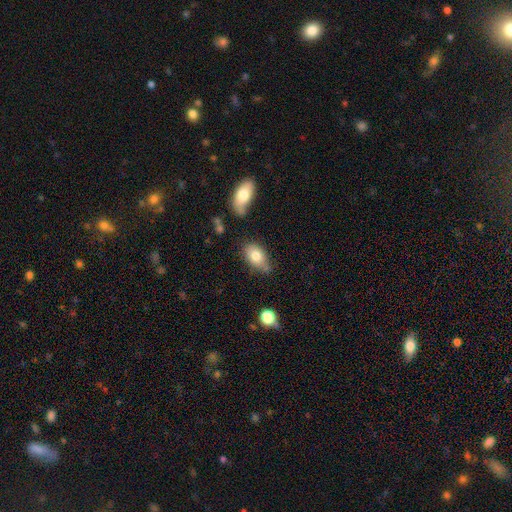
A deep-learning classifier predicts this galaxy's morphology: smooth-or-featured: smooth: 79% | featured or disk: 13% | star or artifact: 8%
  how-rounded: in between: 87% | round: 11% | cigar-shaped: 2%
  merging: none: 53% | minor disturbance: 32% | major disturbance: 8% | merger: 7%